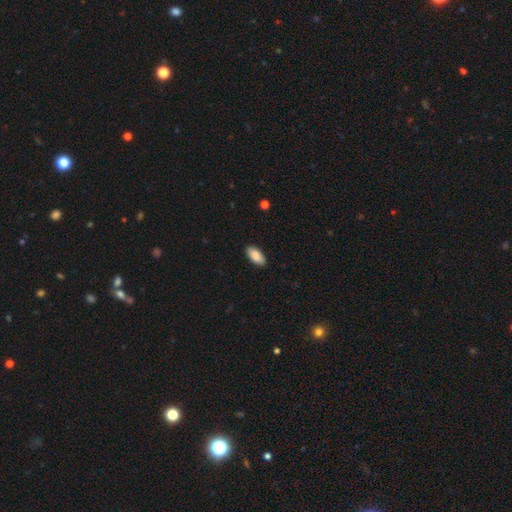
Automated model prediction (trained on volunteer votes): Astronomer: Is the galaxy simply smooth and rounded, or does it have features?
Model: smooth — 89%.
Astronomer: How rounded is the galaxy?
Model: in between — 93%.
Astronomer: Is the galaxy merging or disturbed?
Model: none — 89%.